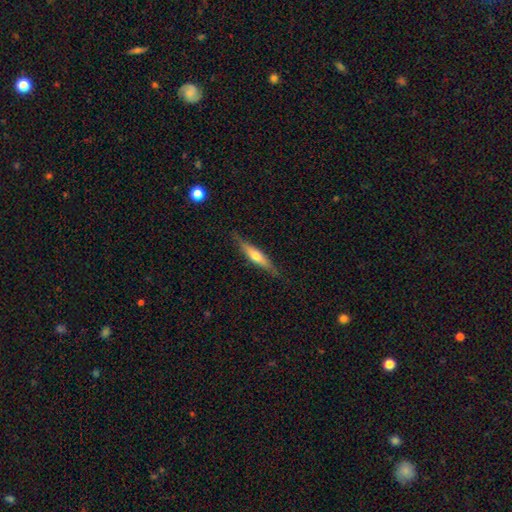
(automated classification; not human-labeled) smooth-or-featured: featured or disk: 55% | smooth: 39% | star or artifact: 6%
  disk-edge-on: yes: 94% | no: 6%
    edge-on-bulge: rounded: 86% | none: 9% | boxy: 6%
  merging: none: 85% | minor disturbance: 12% | major disturbance: 2% | merger: 1%